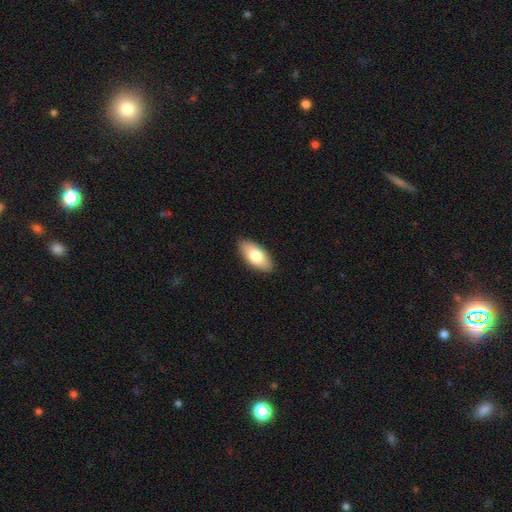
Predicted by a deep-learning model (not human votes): Smooth or featured: smooth — 76% (featured or disk — 18%)
How rounded: in between — 91% (cigar-shaped — 7%)
Merging: none — 88% (minor disturbance — 9%)